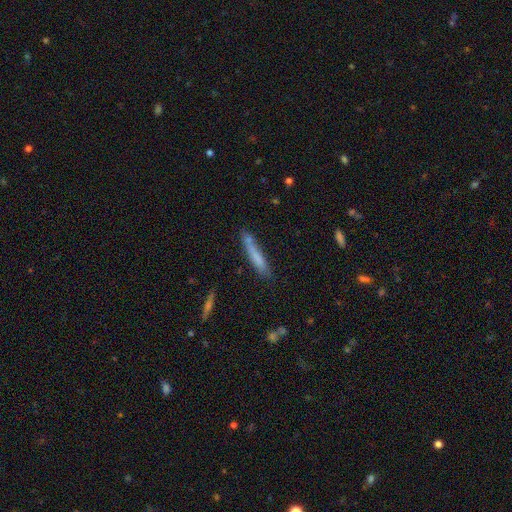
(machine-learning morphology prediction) smooth 69%, featured or disk 24%, star or artifact 8%. Down the decision tree: how rounded — cigar-shaped (92%); merging — none (70%).